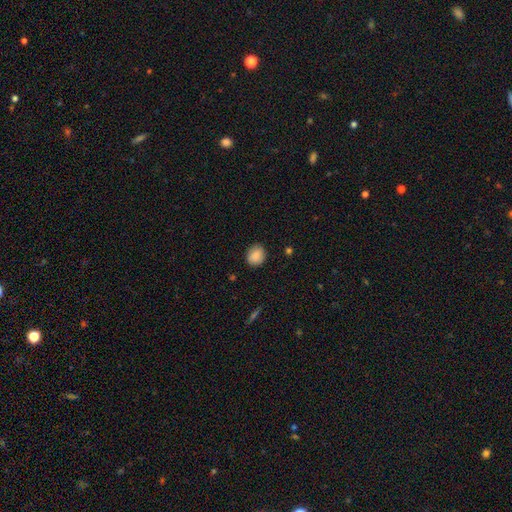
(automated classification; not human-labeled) Smooth or featured? Predicted: smooth (p=0.87). How rounded? Predicted: round (p=0.69). Merging? Predicted: none (p=0.85).